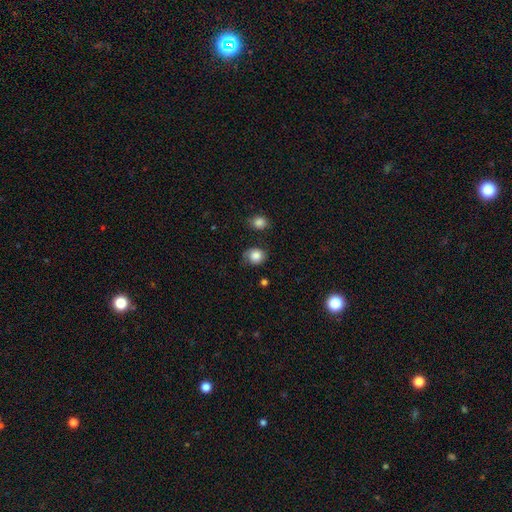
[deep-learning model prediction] Smooth or featured? smooth (83%)
How rounded? round (75%)
Merging? none (63%)